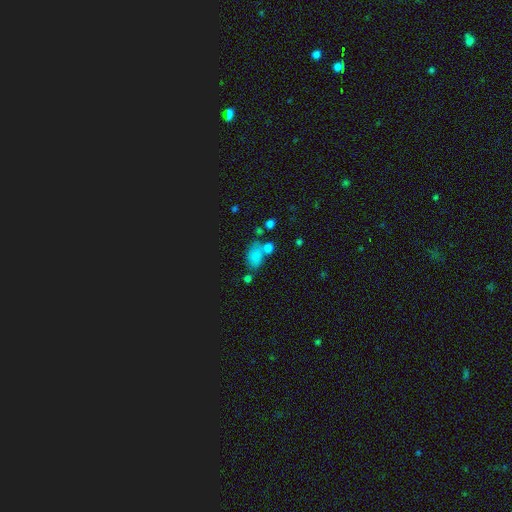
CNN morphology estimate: The model was most divided on "merging": none: 49%, merger: 23%, minor disturbance: 19%, major disturbance: 9%. More confident: how rounded — in between (81%); smooth or featured — smooth (72%).